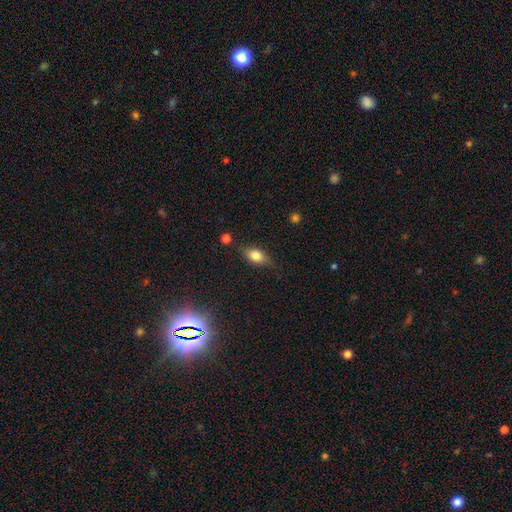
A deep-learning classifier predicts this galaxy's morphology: Smooth or featured: smooth — 75% (featured or disk — 16%)
How rounded: in between — 79% (round — 14%)
Merging: none — 70% (minor disturbance — 22%)